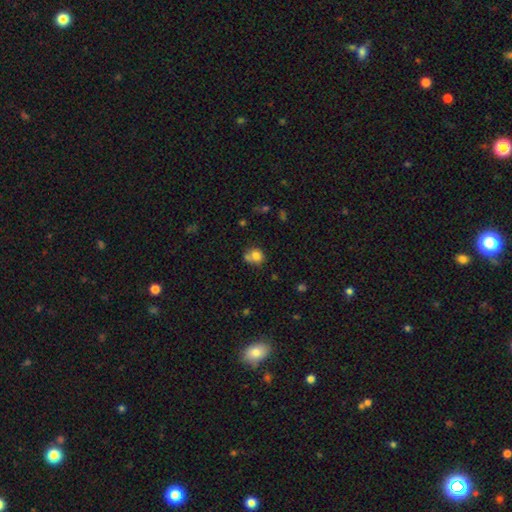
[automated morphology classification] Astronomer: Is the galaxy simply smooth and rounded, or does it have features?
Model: smooth — 78%.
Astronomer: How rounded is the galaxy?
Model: round — 75%.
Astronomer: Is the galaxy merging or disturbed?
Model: none — 48% (runner-up: merger, 30%).